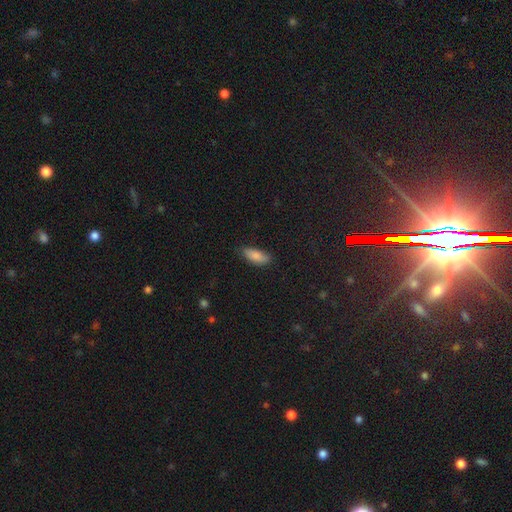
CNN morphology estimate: smooth_or_featured: smooth (p=0.85) [alt: featured or disk p=0.09]
how_rounded: in between (p=0.79) [alt: cigar-shaped p=0.19]
merging: none (p=0.73) [alt: minor disturbance p=0.22]